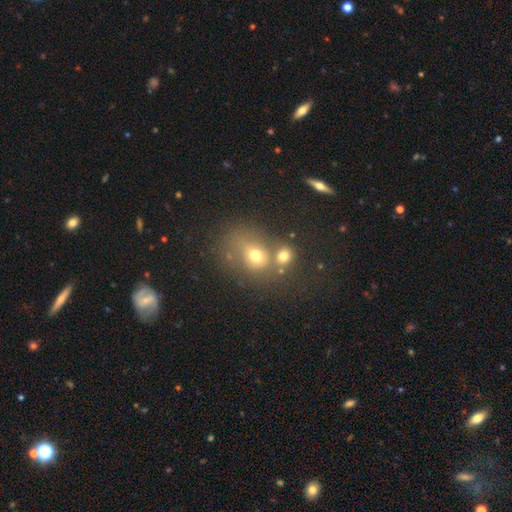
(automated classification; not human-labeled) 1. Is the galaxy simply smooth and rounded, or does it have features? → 64% smooth, 20% featured or disk, 17% star or artifact.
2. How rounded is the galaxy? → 53% round, 46% in between, 1% cigar-shaped.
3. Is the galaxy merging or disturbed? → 43% merger, 34% none, 13% minor disturbance, 11% major disturbance.